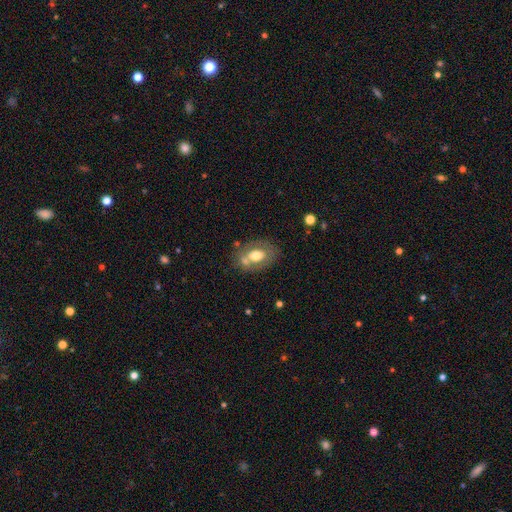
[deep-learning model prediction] Smooth or featured: smooth — 52% (featured or disk — 40%)
How rounded: in between — 79% (round — 19%)
Merging: none — 55% (minor disturbance — 19%)